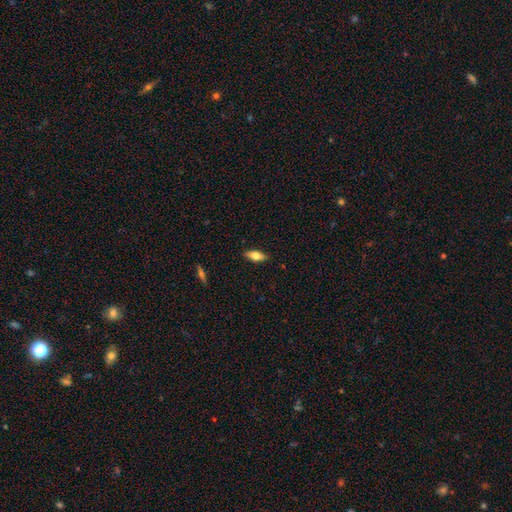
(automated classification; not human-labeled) smooth_or_featured: smooth (p=0.65) [alt: featured or disk p=0.28]
how_rounded: in between (p=0.75) [alt: cigar-shaped p=0.23]
merging: none (p=0.88) [alt: minor disturbance p=0.09]